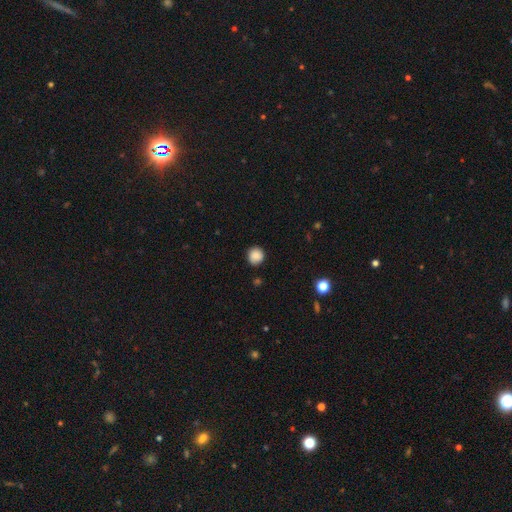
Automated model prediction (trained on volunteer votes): A smooth galaxy with no disk features (87%) that is round (93%).

Vote fractions:
- Smooth or featured? smooth: 87% / star or artifact: 9% / featured or disk: 4%
- How rounded? round: 93% / in between: 6% / cigar-shaped: 1%
- Merging? none: 88% / minor disturbance: 9% / major disturbance: 2% / merger: 1%